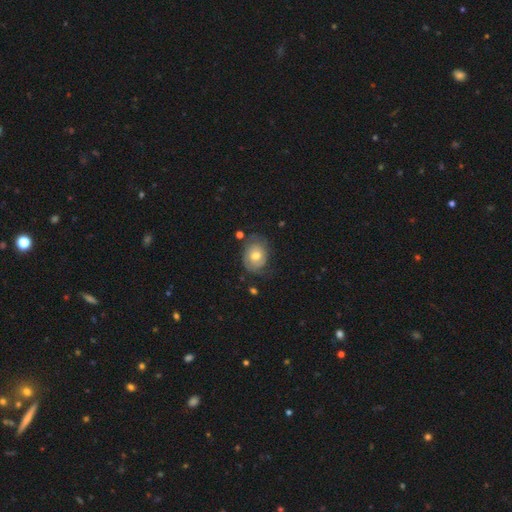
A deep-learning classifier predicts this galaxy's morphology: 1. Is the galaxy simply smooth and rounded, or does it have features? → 49% featured or disk, 43% smooth, 8% star or artifact.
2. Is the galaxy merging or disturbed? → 60% none, 26% minor disturbance, 11% major disturbance, 3% merger.